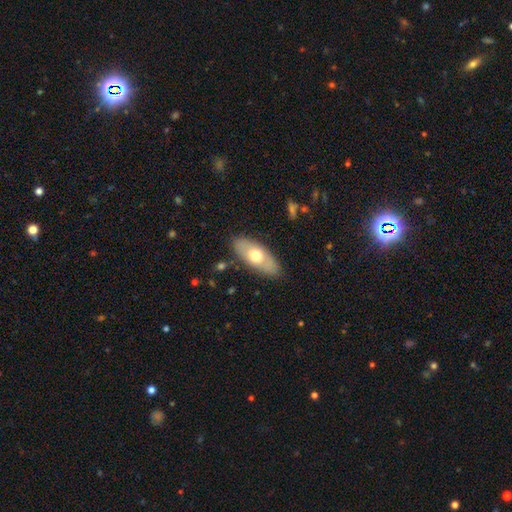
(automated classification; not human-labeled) Smooth or featured? Predicted: smooth (p=0.58). How rounded? Predicted: in between (p=0.83). Merging? Predicted: none (p=0.84).